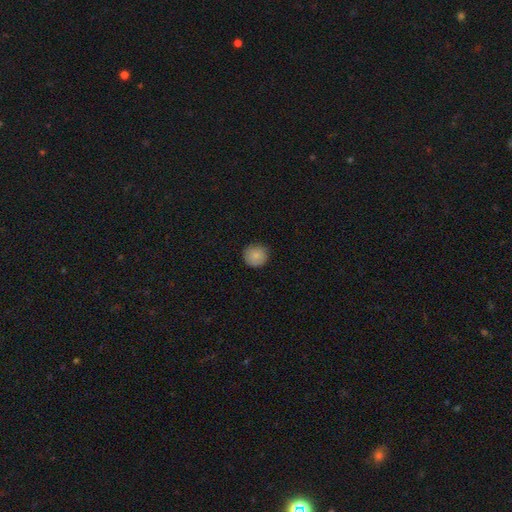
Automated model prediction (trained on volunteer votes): smooth_or_featured: smooth (p=0.84) [alt: star or artifact p=0.08]
how_rounded: round (p=0.93) [alt: in between p=0.06]
merging: none (p=0.86) [alt: minor disturbance p=0.11]